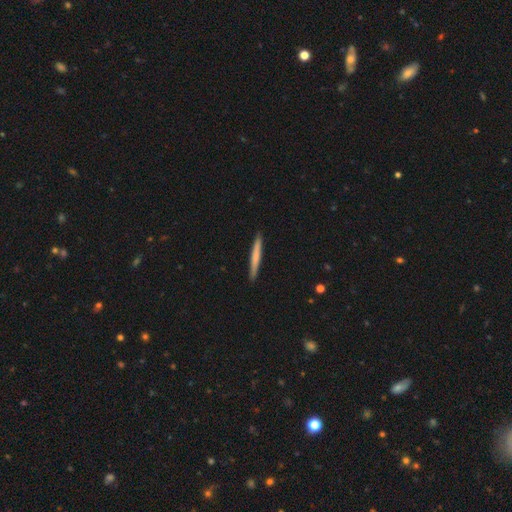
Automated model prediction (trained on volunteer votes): This is likely a smooth galaxy (66%). How rounded: clearly cigar-shaped (97%). Merging: clearly none (92%).